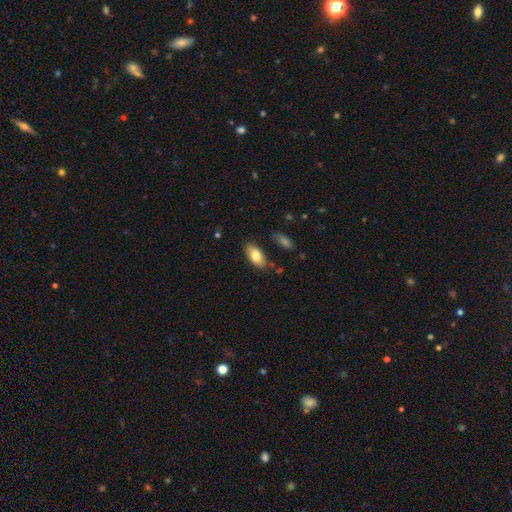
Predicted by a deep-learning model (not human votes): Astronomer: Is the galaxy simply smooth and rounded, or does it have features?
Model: smooth — 80%.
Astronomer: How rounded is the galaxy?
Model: in between — 91%.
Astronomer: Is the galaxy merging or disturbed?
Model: none — 82%.